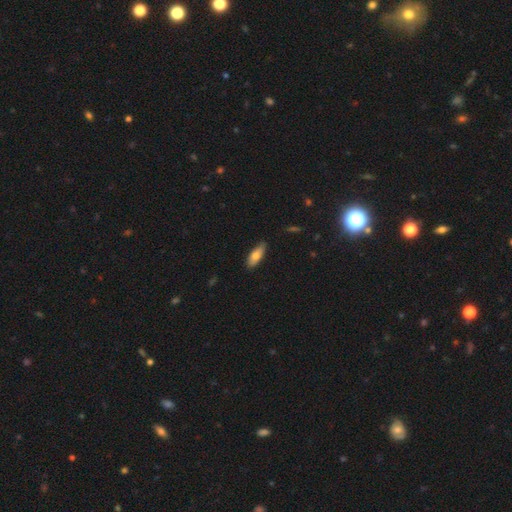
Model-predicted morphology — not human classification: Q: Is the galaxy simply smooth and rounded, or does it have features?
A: smooth — 74%.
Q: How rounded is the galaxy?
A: in between — 70%.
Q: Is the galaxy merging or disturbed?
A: none — 81%.